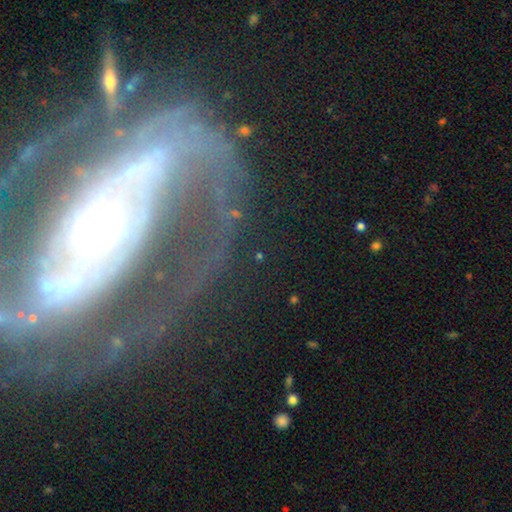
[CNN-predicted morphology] A featured or disk galaxy (75%) with a strong bar (42%), spiral arms (75%) and a moderate central bulge (53%).

Vote fractions:
- Smooth or featured? featured or disk: 75% / star or artifact: 13% / smooth: 12%
- Edge-on disk? no: 86% / yes: 14%
- Bar? strong: 42% / no: 30% / weak: 27%
- Spiral arms? yes: 75% / no: 25%
- Bulge size? moderate: 53% / small: 23% / large: 16% / dominant: 5% / none: 3%
- Merging? none: 66% / major disturbance: 16% / minor disturbance: 13% / merger: 5%